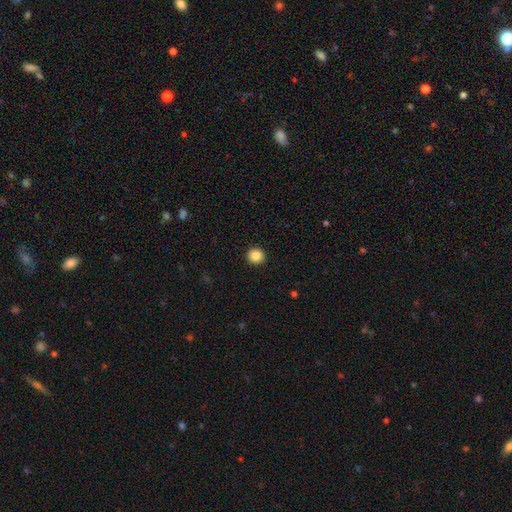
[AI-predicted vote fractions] Smooth or featured? smooth (87%)
How rounded? round (92%)
Merging? none (93%)